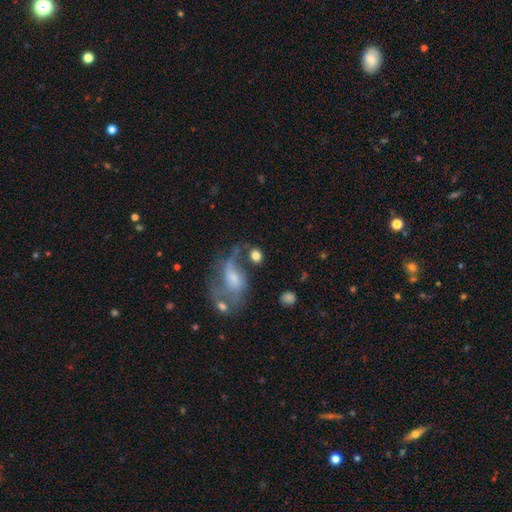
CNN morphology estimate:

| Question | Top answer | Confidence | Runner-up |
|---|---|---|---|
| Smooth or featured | smooth | 69% | featured or disk (20%) |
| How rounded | round | 53% | in between (44%) |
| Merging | none | 48% | merger (20%) |